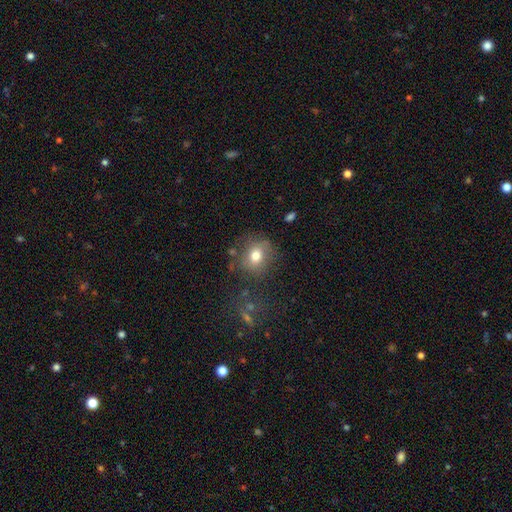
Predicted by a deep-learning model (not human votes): Smooth or featured?
  - smooth: 75% *
  - featured or disk: 13%
  - star or artifact: 12%
How rounded?
  - round: 71% *
  - in between: 28%
  - cigar-shaped: 1%
Merging?
  - none: 72% *
  - minor disturbance: 17%
  - major disturbance: 7%
  - merger: 4%